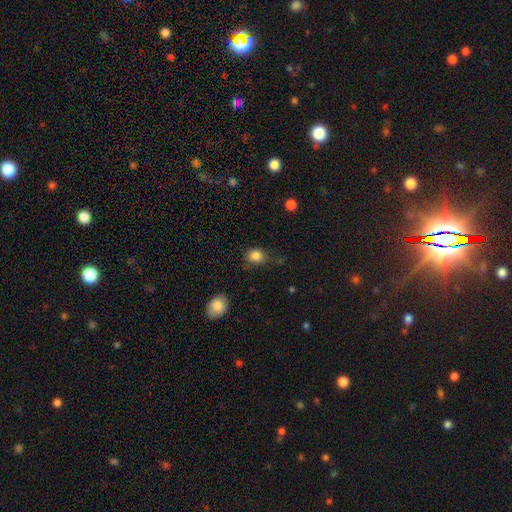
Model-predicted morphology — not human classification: smooth-or-featured: smooth: 85% | star or artifact: 10% | featured or disk: 4%
  how-rounded: round: 63% | in between: 36% | cigar-shaped: 1%
  merging: none: 71% | minor disturbance: 21% | major disturbance: 5% | merger: 3%